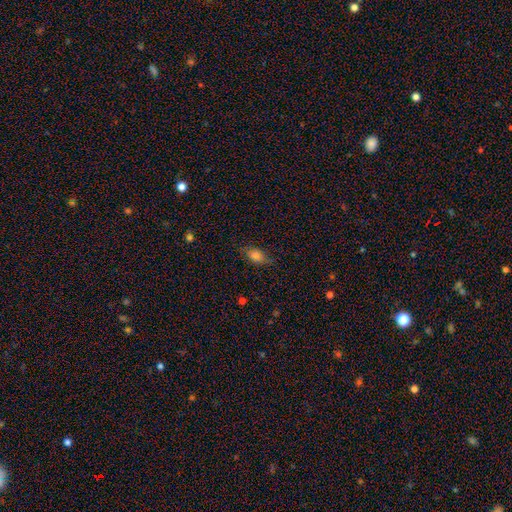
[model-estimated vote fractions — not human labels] Overall: smooth (77%). How rounded: in between (82%). Merging: none (72%).